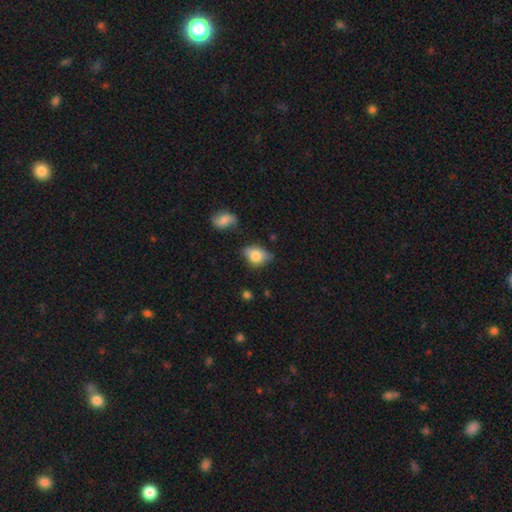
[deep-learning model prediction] Smooth or featured? smooth (76%)
How rounded? in between (77%)
Merging? none (56%)